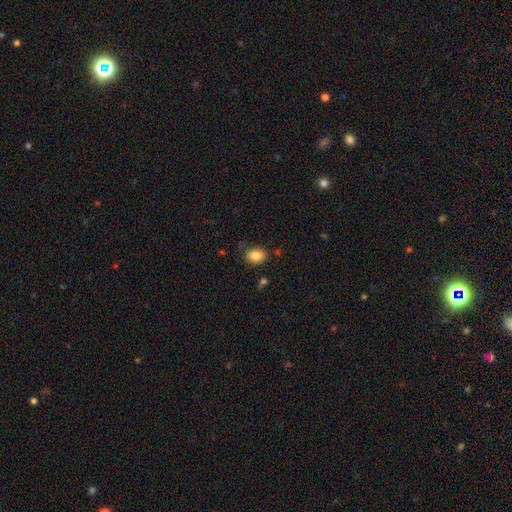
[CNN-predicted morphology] smooth_or_featured: smooth (p=0.85) [alt: star or artifact p=0.09]
how_rounded: in between (p=0.65) [alt: round p=0.34]
merging: none (p=0.80) [alt: minor disturbance p=0.14]